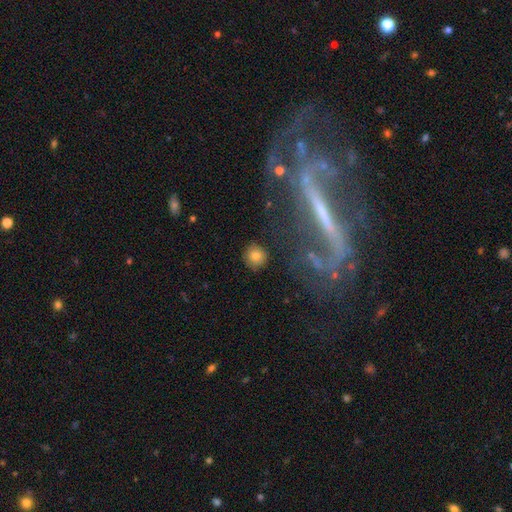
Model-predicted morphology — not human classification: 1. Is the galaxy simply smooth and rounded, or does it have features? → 77% smooth, 13% star or artifact, 10% featured or disk.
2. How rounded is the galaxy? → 92% round, 7% in between, 1% cigar-shaped.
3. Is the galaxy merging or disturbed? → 87% none, 8% minor disturbance, 3% major disturbance, 2% merger.